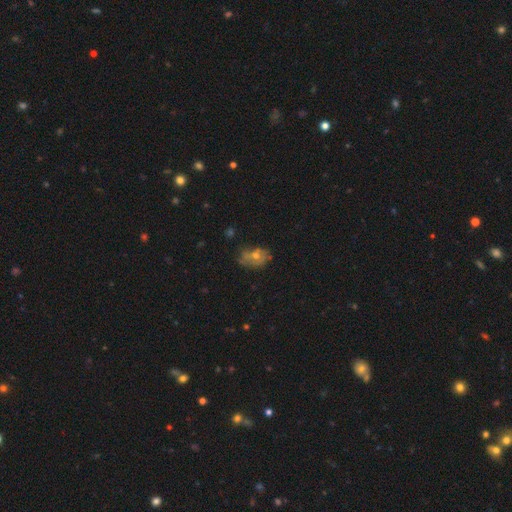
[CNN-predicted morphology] Q: Smooth or featured?
A: smooth (42%); runner-up: featured or disk (40%)
Q: Merging?
A: none (53%); runner-up: minor disturbance (29%)